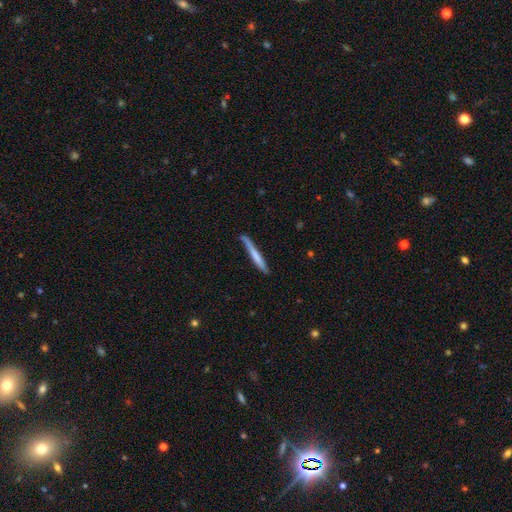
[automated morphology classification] This appears to be a smooth galaxy with no disk features (62%) that is cigar-shaped (96%). Merging: none (74%).